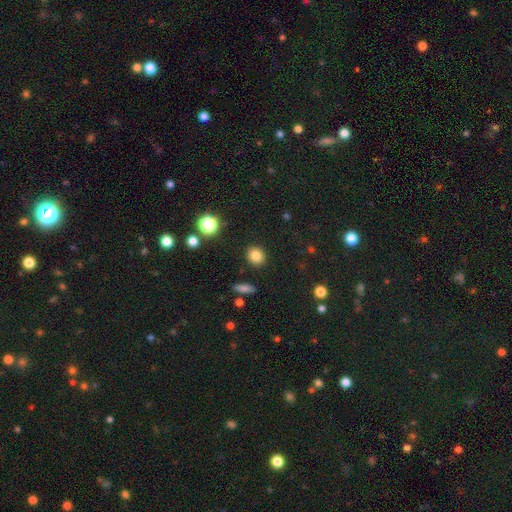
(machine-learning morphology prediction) Smooth or featured? Predicted: smooth (p=0.82). How rounded? Predicted: round (p=0.78). Merging? Predicted: none (p=0.89).